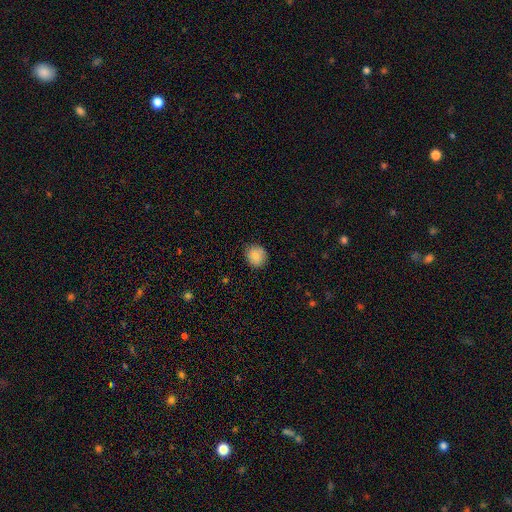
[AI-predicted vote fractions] smooth_or_featured: smooth (p=0.83) [alt: featured or disk p=0.09]
how_rounded: round (p=0.83) [alt: in between p=0.16]
merging: none (p=0.85) [alt: minor disturbance p=0.12]